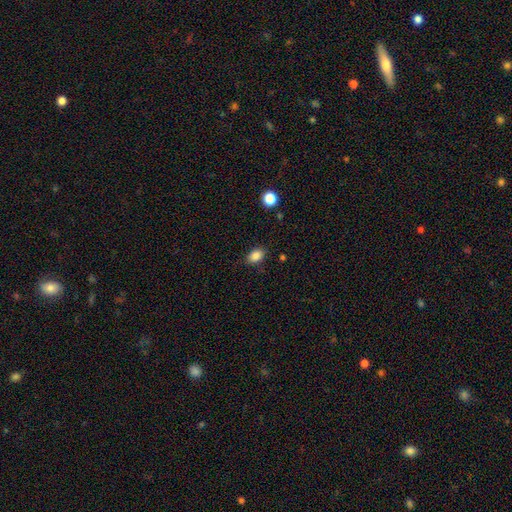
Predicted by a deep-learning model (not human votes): smooth 86%, star or artifact 10%, featured or disk 4%. Down the decision tree: how rounded — in between (82%); merging — none (83%).